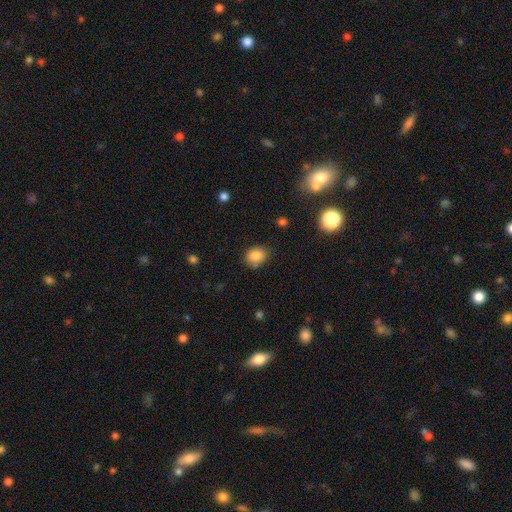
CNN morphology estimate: smooth 84%, star or artifact 10%, featured or disk 6%. Down the decision tree: how rounded — in between (53%); merging — none (76%).